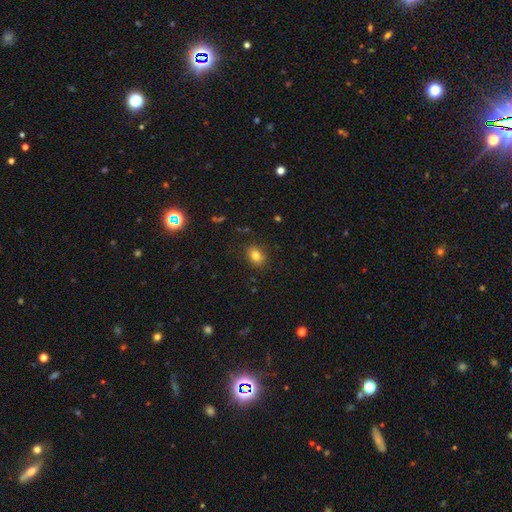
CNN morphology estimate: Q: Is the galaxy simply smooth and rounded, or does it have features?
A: smooth — 80%.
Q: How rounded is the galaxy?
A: in between — 60%.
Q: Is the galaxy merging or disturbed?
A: none — 86%.